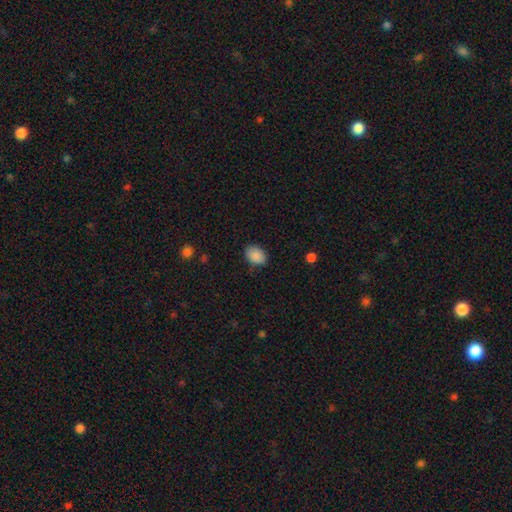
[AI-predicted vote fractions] Smooth or featured? smooth (89%)
How rounded? in between (75%)
Merging? none (81%)